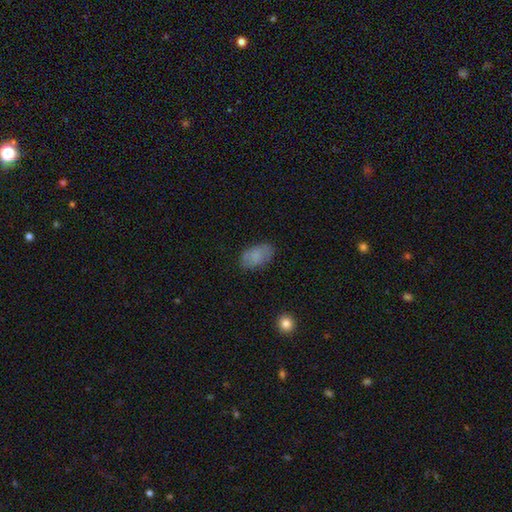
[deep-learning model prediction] Morphology: type=smooth (78%); roundness=in between (92%); merging=none (80%).